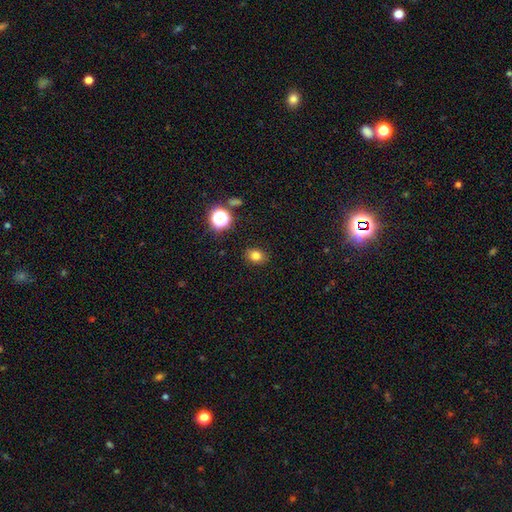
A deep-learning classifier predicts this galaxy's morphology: type=smooth (79%); roundness=in between (57%); merging=none (88%).